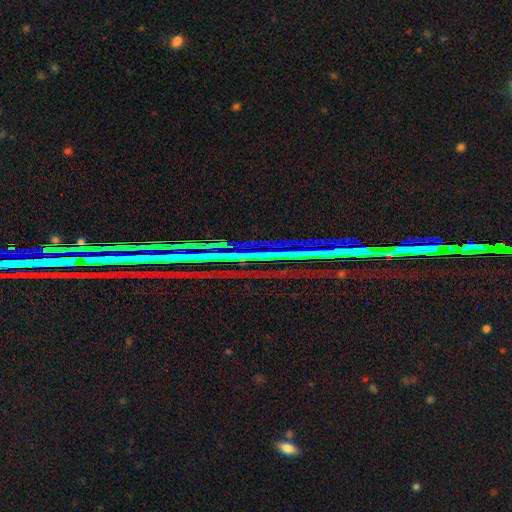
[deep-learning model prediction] Q: Smooth or featured?
A: star or artifact (82%); runner-up: featured or disk (11%)